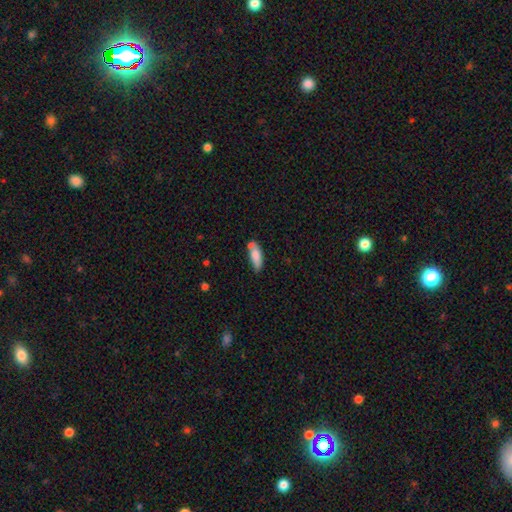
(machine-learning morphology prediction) Overall: smooth (79%). How rounded: in between (60%; cigar-shaped 38%). Merging: none (57%; minor disturbance 23%).